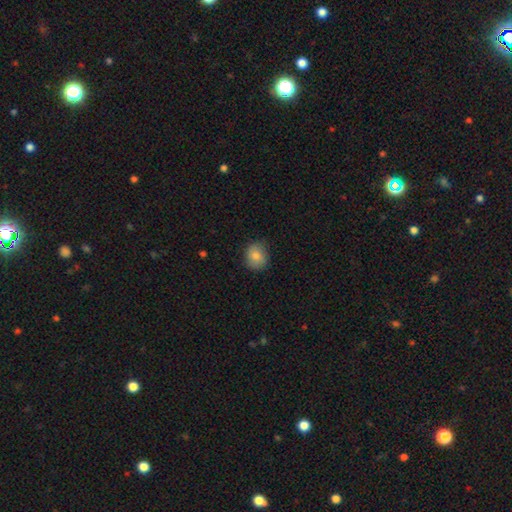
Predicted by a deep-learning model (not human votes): Morphology: type=smooth (80%); roundness=round (77%); merging=none (81%).